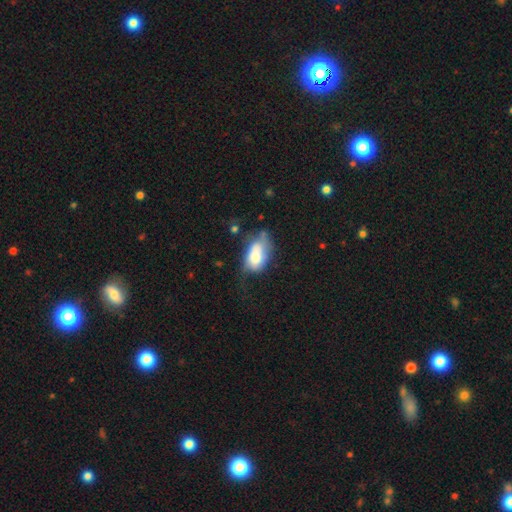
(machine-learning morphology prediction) This appears to be a smooth galaxy with no disk features (69%) that is in between round and cigar-shaped (90%). Merging: minor disturbance (34%).